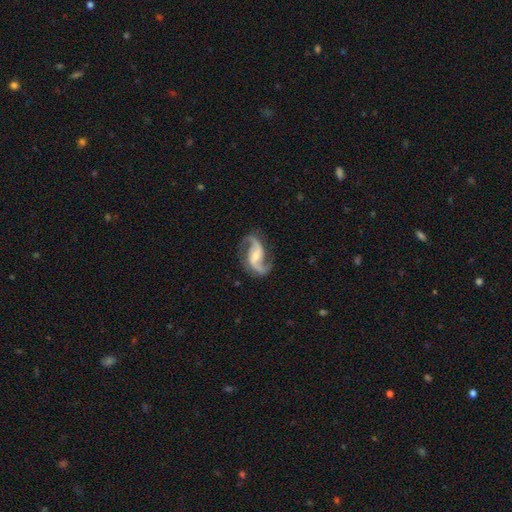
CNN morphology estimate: Smooth or featured? Predicted: featured or disk (p=0.91). Edge-on disk? Predicted: no (p=0.98). Bar? Predicted: weak (p=0.43). Spiral arms? Predicted: yes (p=0.98). Spiral winding? Predicted: loose (p=0.53). Spiral arm count? Predicted: 2 (p=0.94). Bulge size? Predicted: small (p=0.45). Merging? Predicted: none (p=0.79).